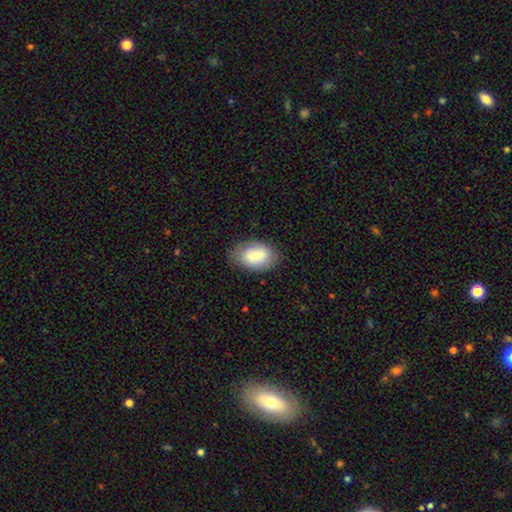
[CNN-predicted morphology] smooth_or_featured: smooth (p=0.79) [alt: featured or disk p=0.14]
how_rounded: in between (p=0.91) [alt: round p=0.08]
merging: none (p=0.81) [alt: minor disturbance p=0.14]